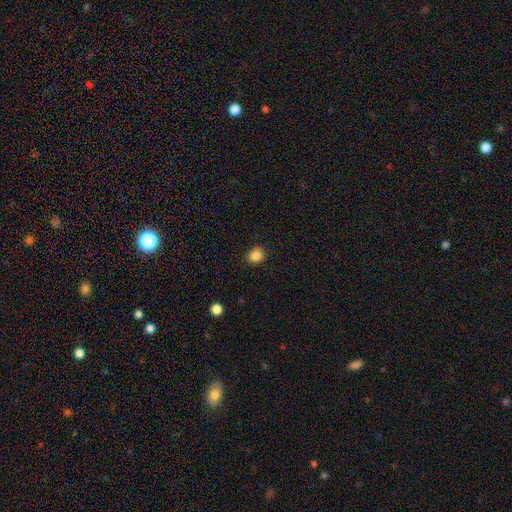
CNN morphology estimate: A smooth galaxy with no disk features (85%) that is round (74%). Merging: none (87%).